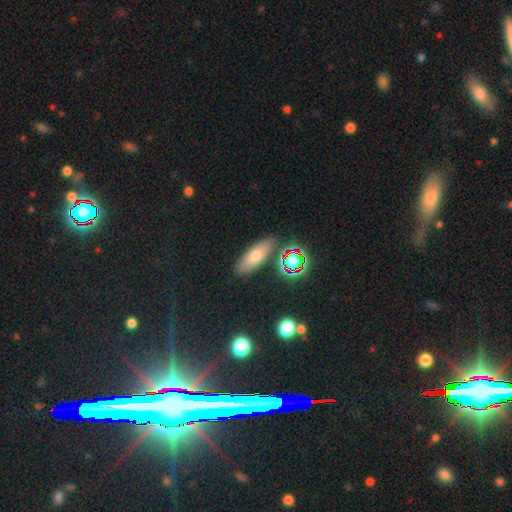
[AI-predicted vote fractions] Smooth or featured? smooth (61%)
How rounded? in between (61%)
Merging? none (83%)